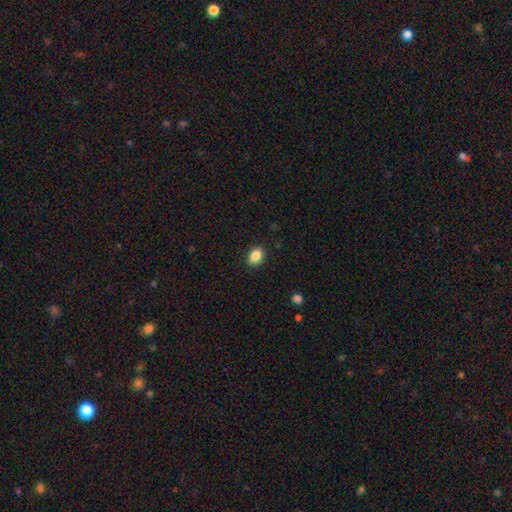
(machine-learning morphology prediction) smooth-or-featured: smooth: 88% | star or artifact: 8% | featured or disk: 4%
  how-rounded: in between: 82% | round: 17% | cigar-shaped: 1%
  merging: none: 89% | minor disturbance: 8% | major disturbance: 2% | merger: 1%